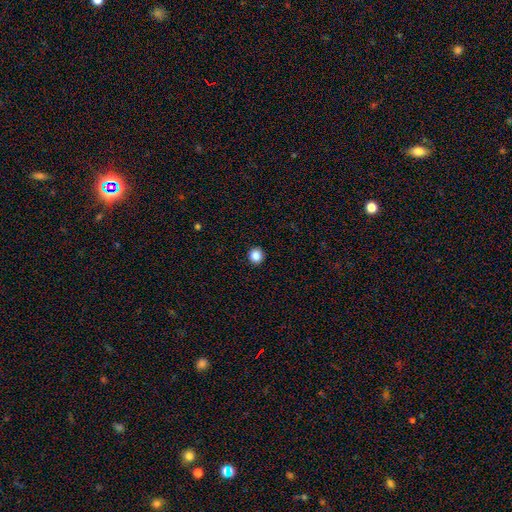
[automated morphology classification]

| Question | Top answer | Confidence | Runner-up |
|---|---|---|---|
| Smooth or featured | smooth | 86% | star or artifact (10%) |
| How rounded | round | 93% | in between (6%) |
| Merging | none | 93% | minor disturbance (4%) |